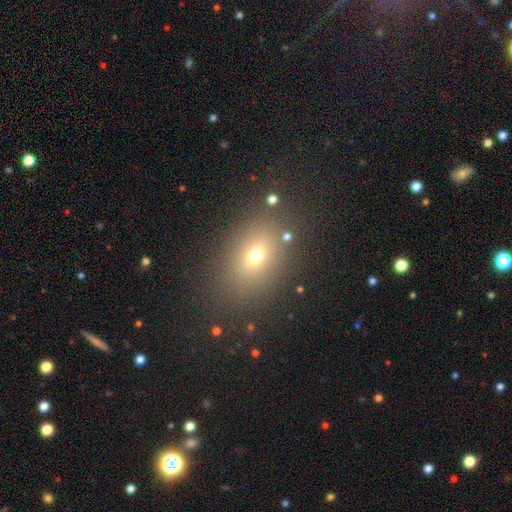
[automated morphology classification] This is likely a smooth galaxy (64%). How rounded: likely in between (73%). Merging: clearly none (82%).